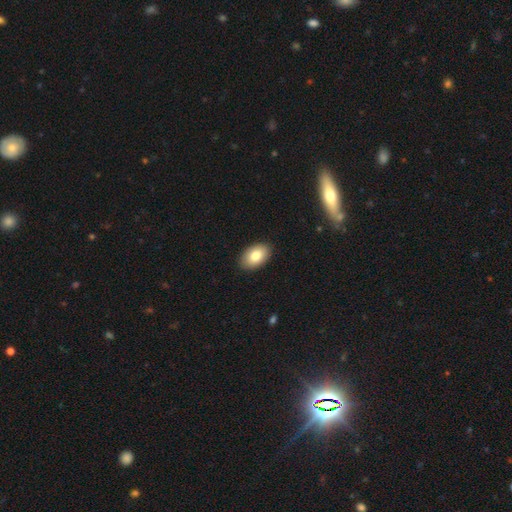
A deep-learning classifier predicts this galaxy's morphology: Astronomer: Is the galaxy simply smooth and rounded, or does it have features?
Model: smooth — 82%.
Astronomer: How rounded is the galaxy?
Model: in between — 92%.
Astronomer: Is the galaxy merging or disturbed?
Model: none — 89%.